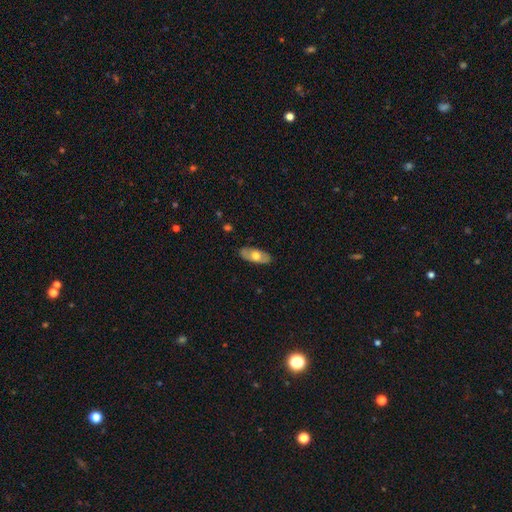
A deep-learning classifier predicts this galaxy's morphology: This is possibly a smooth galaxy (53%). How rounded: clearly in between (86%). Merging: clearly none (84%).